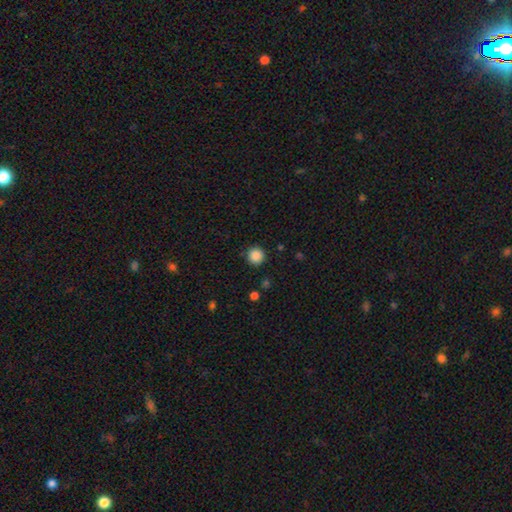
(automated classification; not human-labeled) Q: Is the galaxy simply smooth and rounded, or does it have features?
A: smooth — 87%.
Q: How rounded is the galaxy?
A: round — 94%.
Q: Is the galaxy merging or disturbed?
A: none — 89%.